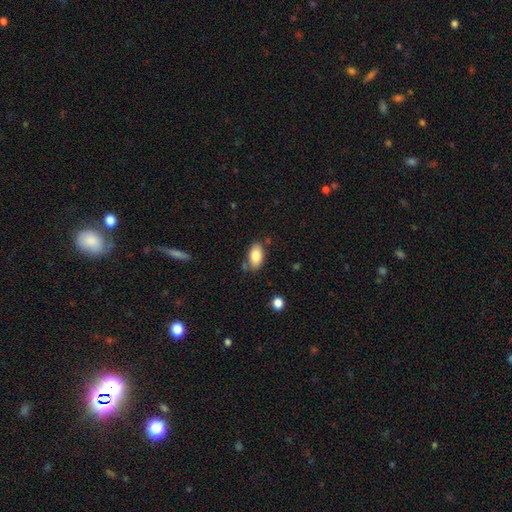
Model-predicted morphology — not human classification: This appears to be a smooth galaxy with no disk features (83%) that is in between round and cigar-shaped (93%). Merging: none (75%).